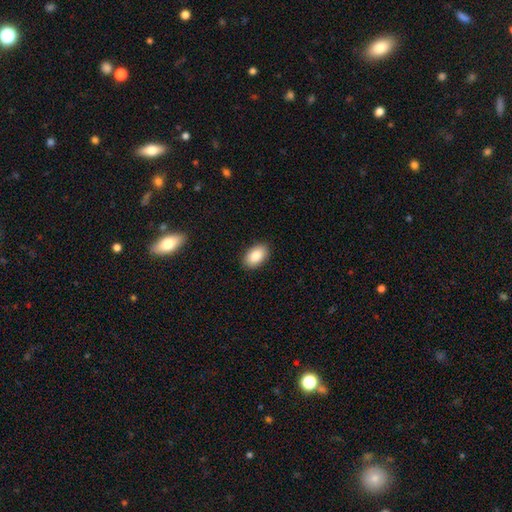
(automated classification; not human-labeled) A smooth galaxy with no disk features (87%) that is in between round and cigar-shaped (92%). Merging: none (90%).